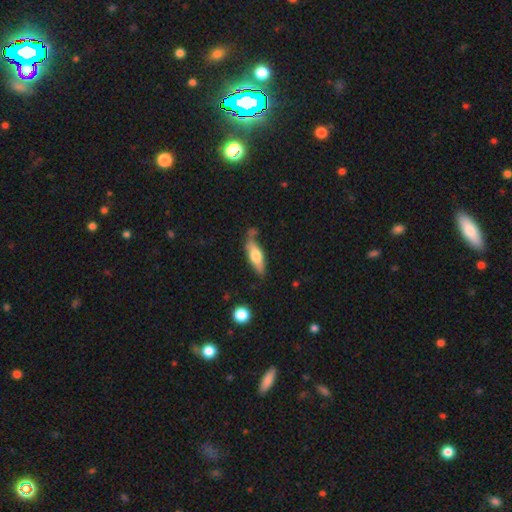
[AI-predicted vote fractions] This is possibly a smooth galaxy (54%). How rounded: possibly cigar-shaped (51%). Merging: likely none (62%).